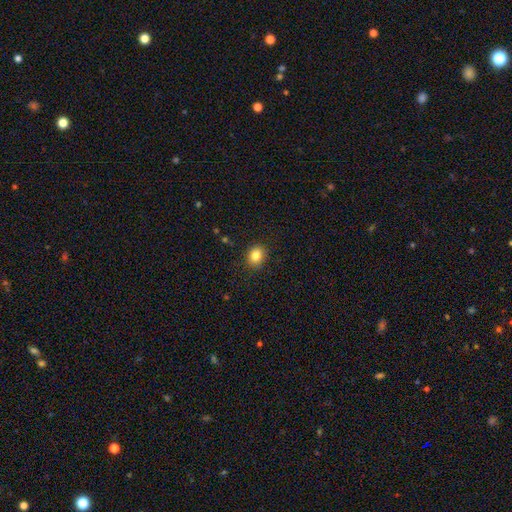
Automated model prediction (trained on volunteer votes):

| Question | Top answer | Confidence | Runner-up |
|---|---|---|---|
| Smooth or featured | smooth | 83% | star or artifact (11%) |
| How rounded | round | 62% | in between (37%) |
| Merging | none | 89% | minor disturbance (8%) |